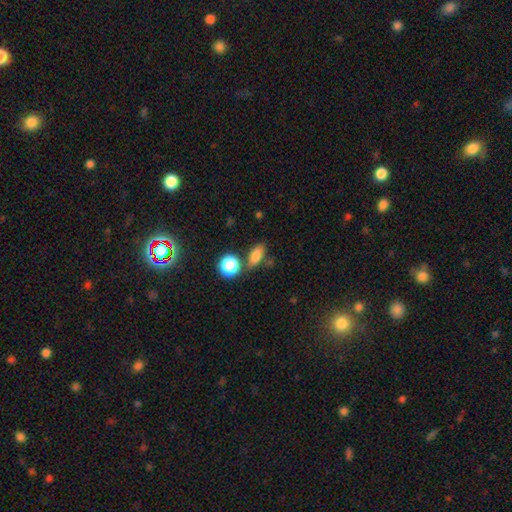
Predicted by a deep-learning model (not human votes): Q: Smooth or featured?
A: smooth (79%); runner-up: star or artifact (13%)
Q: How rounded?
A: in between (74%); runner-up: round (15%)
Q: Merging?
A: none (70%); runner-up: minor disturbance (14%)